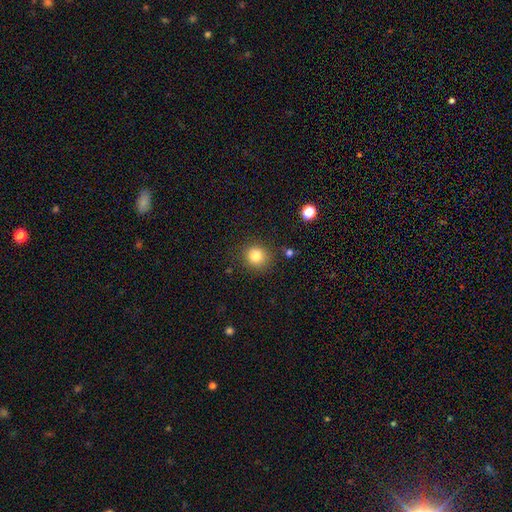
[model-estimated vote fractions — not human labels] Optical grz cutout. It shows a smooth galaxy with no disk features (82%) that is round (90%). Merging: none (87%).